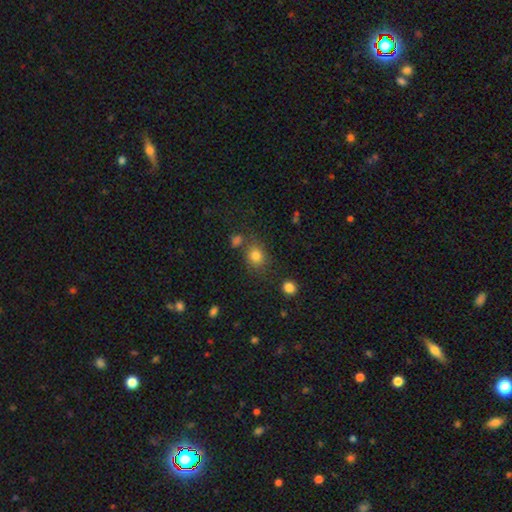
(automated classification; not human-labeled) Smooth or featured?
  - smooth: 81% *
  - star or artifact: 12%
  - featured or disk: 7%
How rounded?
  - round: 71% *
  - in between: 28%
  - cigar-shaped: 1%
Merging?
  - none: 69% *
  - minor disturbance: 14%
  - merger: 11%
  - major disturbance: 6%